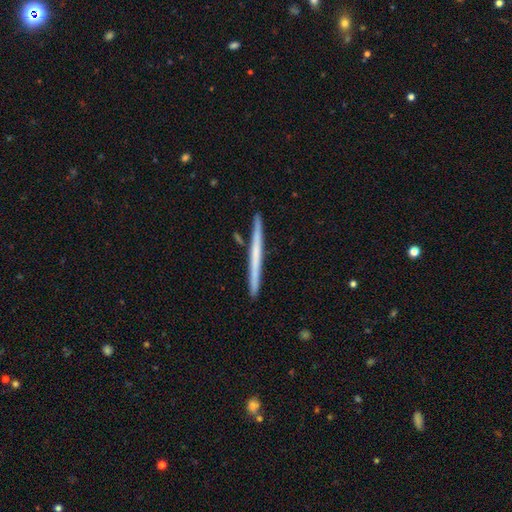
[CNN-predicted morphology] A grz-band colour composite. It shows a featured or disk galaxy (49%). Merging: none (91%).